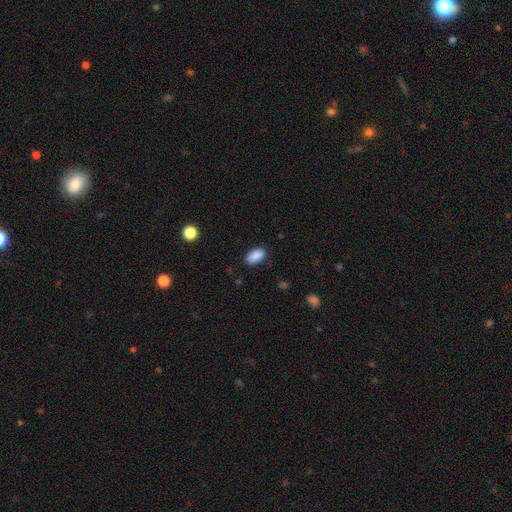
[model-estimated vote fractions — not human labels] The model was most divided on "merging": none: 84%, minor disturbance: 12%, major disturbance: 3%, merger: 1%. More confident: how rounded — in between (92%); smooth or featured — smooth (89%).